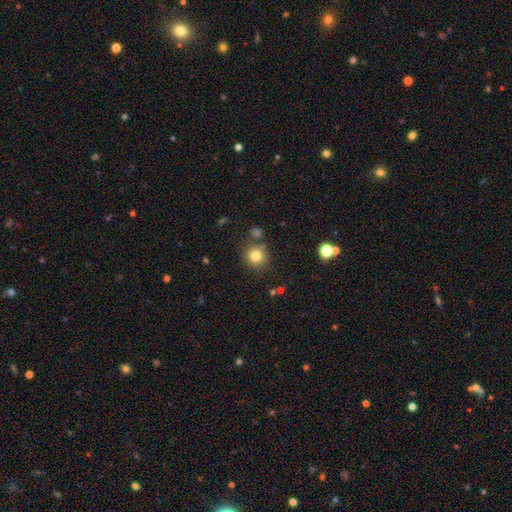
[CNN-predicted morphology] The model was most divided on "smooth or featured": smooth: 80%, star or artifact: 13%, featured or disk: 7%. More confident: how rounded — round (90%); merging — none (79%).